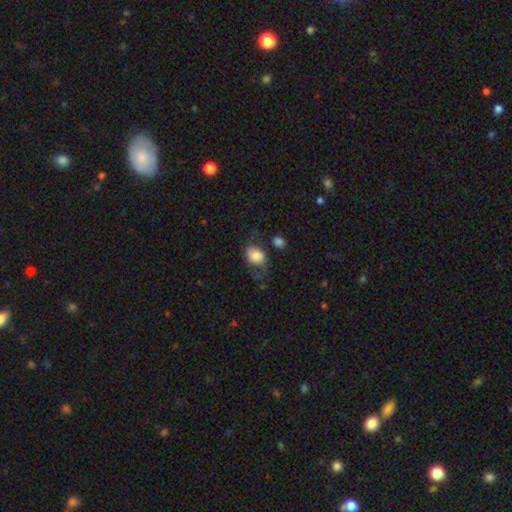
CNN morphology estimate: Overall: smooth (71%). How rounded: in between (59%; round 39%). Merging: none (48%; minor disturbance 25%).